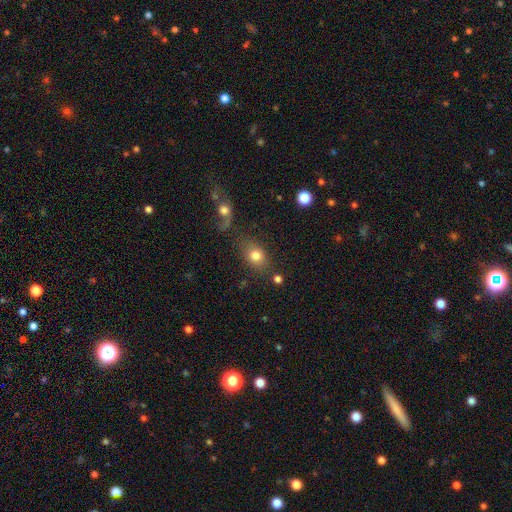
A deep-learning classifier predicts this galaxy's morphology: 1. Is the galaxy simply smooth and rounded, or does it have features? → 78% smooth, 12% featured or disk, 10% star or artifact.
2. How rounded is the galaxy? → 65% in between, 32% round, 2% cigar-shaped.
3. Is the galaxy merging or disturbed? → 66% none, 14% minor disturbance, 12% merger, 8% major disturbance.